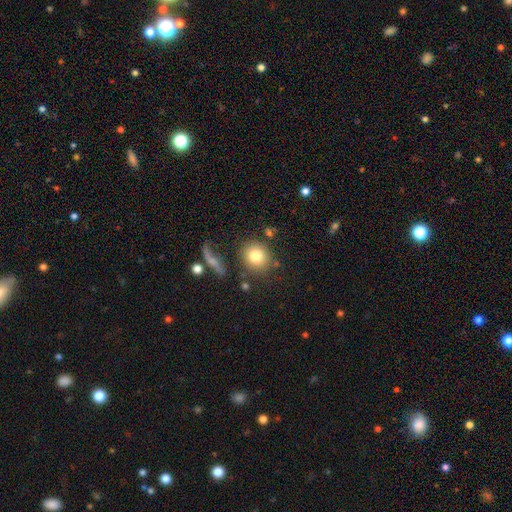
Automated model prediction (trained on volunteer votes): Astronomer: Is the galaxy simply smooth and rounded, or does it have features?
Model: smooth — 78%.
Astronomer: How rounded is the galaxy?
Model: round — 86%.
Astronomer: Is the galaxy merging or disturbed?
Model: none — 80%.